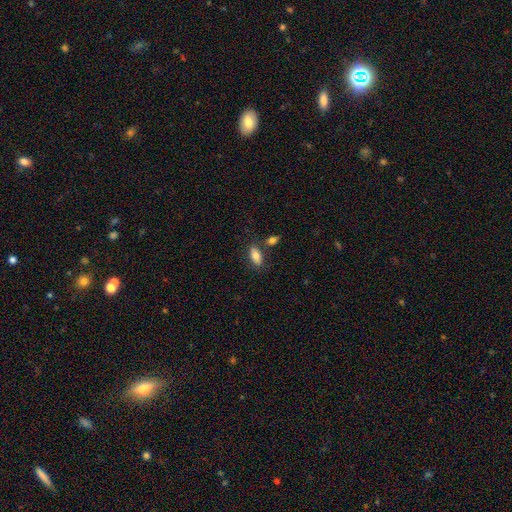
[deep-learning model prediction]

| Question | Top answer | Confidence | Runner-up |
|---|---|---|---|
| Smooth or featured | smooth | 81% | featured or disk (11%) |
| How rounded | in between | 90% | cigar-shaped (6%) |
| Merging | none | 72% | merger (13%) |